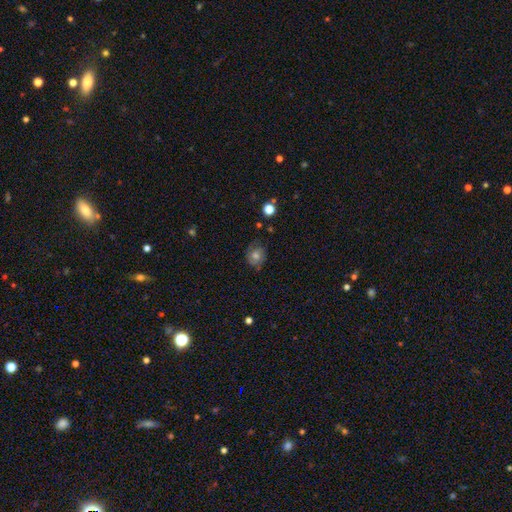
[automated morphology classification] type=smooth (50%); roundness=round (68%); merging=none (69%).